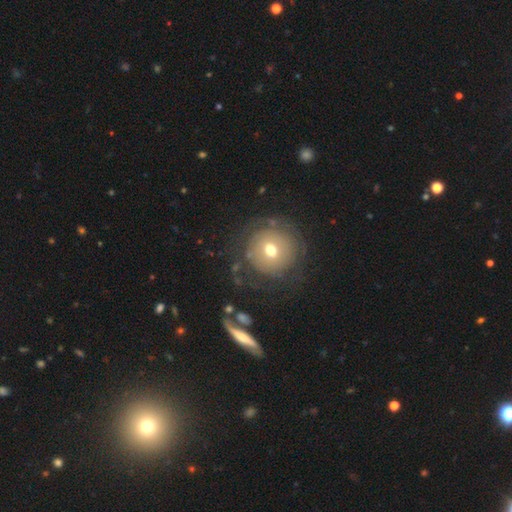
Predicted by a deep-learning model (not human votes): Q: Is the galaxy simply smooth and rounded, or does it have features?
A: featured or disk — 46%.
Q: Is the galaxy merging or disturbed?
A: none — 75%.